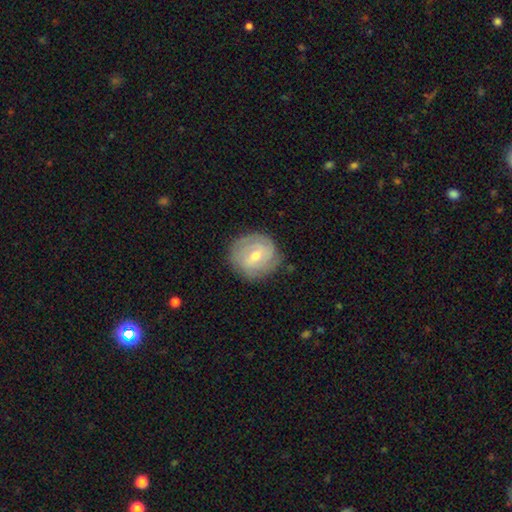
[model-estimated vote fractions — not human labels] featured or disk 71%, smooth 23%, star or artifact 6%. Down the decision tree: edge-on disk — no (97%); bar — weak (57%); spiral arms — yes (85%); spiral arm count — can't tell (41%); spiral winding — tight (70%); bulge size — moderate (58%); merging — none (79%).